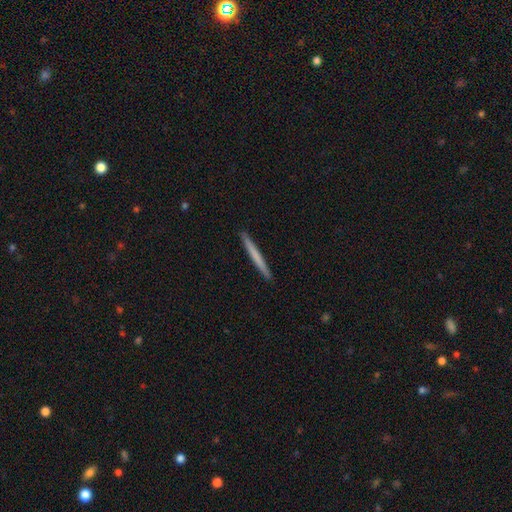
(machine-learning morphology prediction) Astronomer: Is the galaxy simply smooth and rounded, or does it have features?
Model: smooth — 65%.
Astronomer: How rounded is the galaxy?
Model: cigar-shaped — 97%.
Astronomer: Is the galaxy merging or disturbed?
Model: none — 93%.